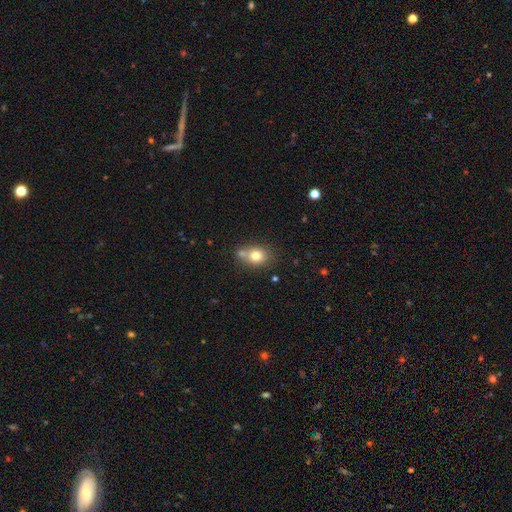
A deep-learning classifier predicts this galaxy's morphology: smooth-or-featured: smooth: 76% | featured or disk: 13% | star or artifact: 11%
  how-rounded: round: 57% | in between: 42% | cigar-shaped: 1%
  merging: none: 54% | merger: 26% | minor disturbance: 15% | major disturbance: 5%